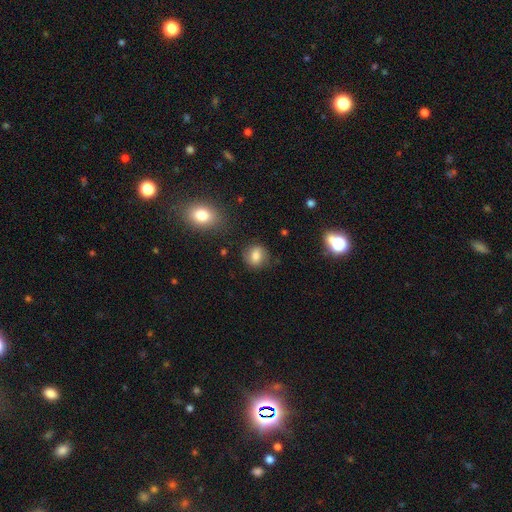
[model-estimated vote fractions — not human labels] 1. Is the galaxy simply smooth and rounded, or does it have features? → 74% smooth, 15% featured or disk, 11% star or artifact.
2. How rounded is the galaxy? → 77% round, 22% in between, 1% cigar-shaped.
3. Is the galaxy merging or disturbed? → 80% none, 13% minor disturbance, 4% major disturbance, 2% merger.